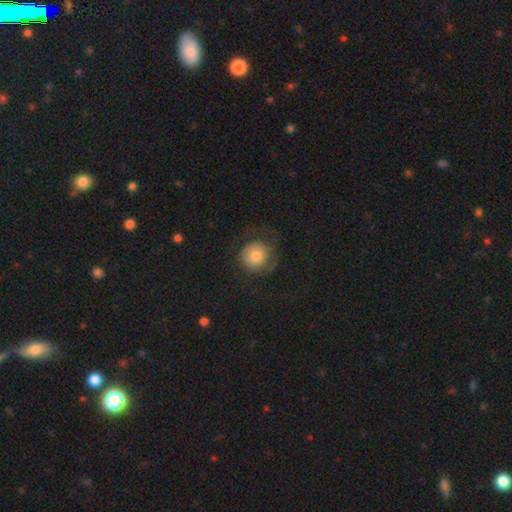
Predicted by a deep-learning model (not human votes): This appears to be a smooth galaxy with no disk features (69%) that is round (88%). Merging: none (61%).